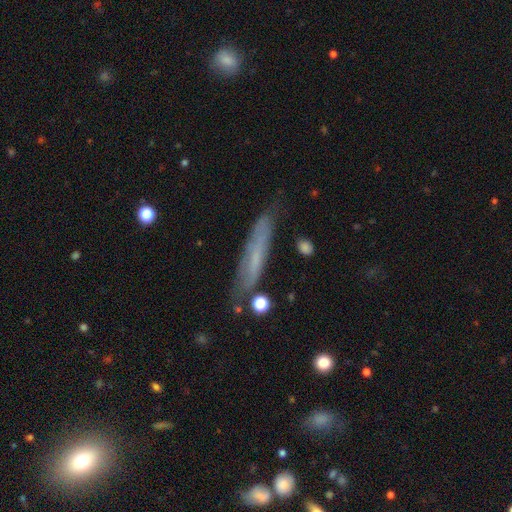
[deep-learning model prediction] A smooth galaxy with no disk features (49%). Merging: none (72%).